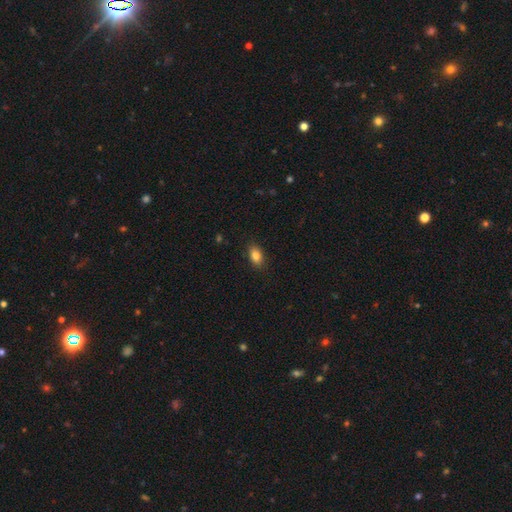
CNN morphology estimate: Overall: smooth (83%). How rounded: in between (87%). Merging: none (87%).